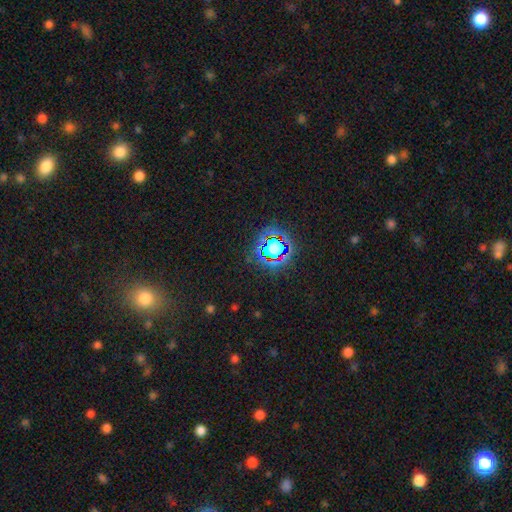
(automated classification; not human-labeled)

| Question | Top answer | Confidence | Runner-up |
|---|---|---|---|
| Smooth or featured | star or artifact | 78% | smooth (15%) |